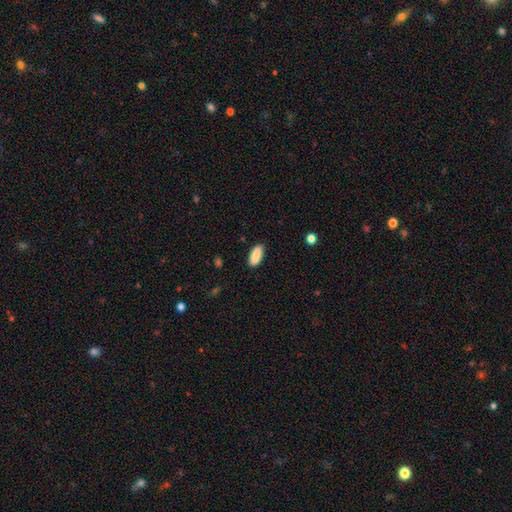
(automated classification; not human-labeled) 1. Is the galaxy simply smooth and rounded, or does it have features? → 87% smooth, 7% featured or disk, 7% star or artifact.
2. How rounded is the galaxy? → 77% in between, 21% cigar-shaped, 2% round.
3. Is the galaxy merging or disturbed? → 85% none, 11% minor disturbance, 2% major disturbance, 1% merger.